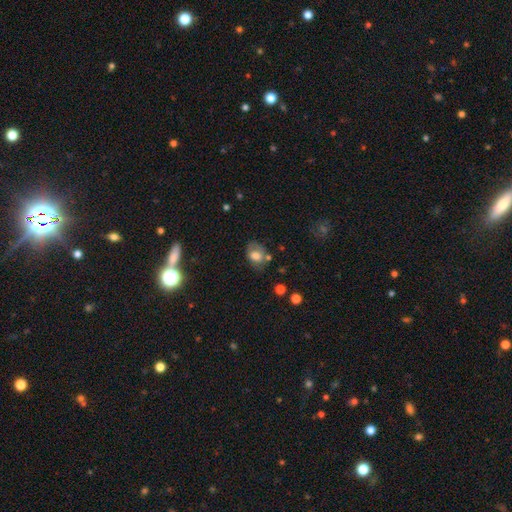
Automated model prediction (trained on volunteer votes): Smooth or featured? smooth (69%)
How rounded? in between (70%)
Merging? none (50%)